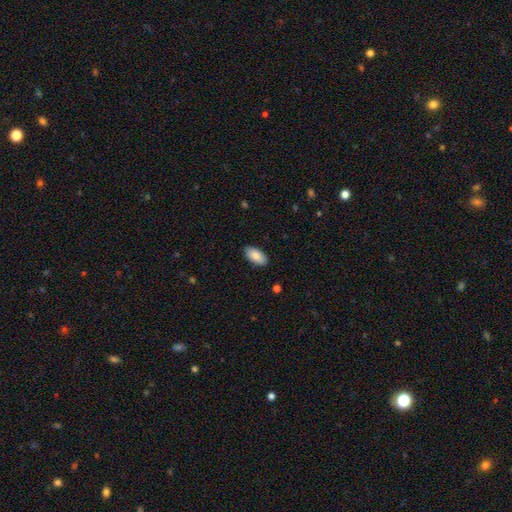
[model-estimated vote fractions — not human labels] This appears to be a smooth galaxy with no disk features (86%) that is in between round and cigar-shaped (95%). Merging: none (88%).